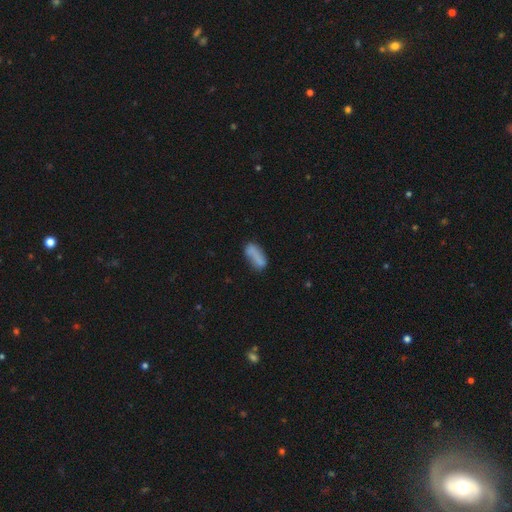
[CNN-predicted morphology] smooth-or-featured: smooth: 77% | featured or disk: 14% | star or artifact: 9%
  how-rounded: in between: 74% | cigar-shaped: 23% | round: 3%
  merging: none: 56% | minor disturbance: 24% | merger: 11% | major disturbance: 9%